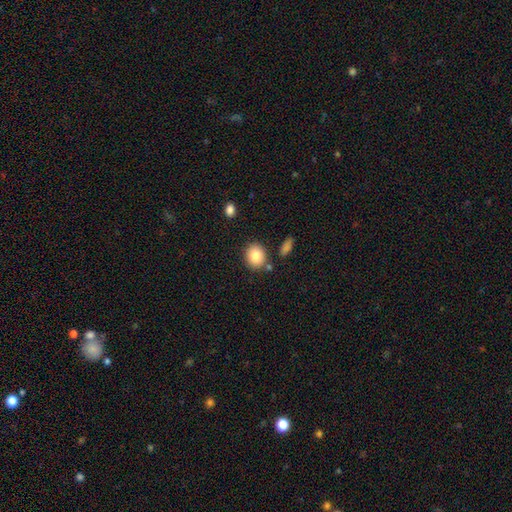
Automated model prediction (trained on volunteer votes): Smooth or featured? smooth (83%)
How rounded? round (64%)
Merging? none (80%)